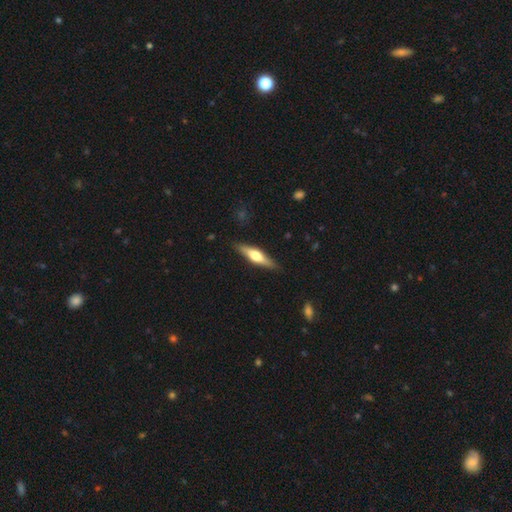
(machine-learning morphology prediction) smooth_or_featured: featured or disk (p=0.57) [alt: smooth p=0.38]
disk_edge_on: yes (p=0.94) [alt: no p=0.06]
edge_on_bulge: rounded (p=0.93) [alt: boxy p=0.05]
merging: none (p=0.88) [alt: minor disturbance p=0.09]